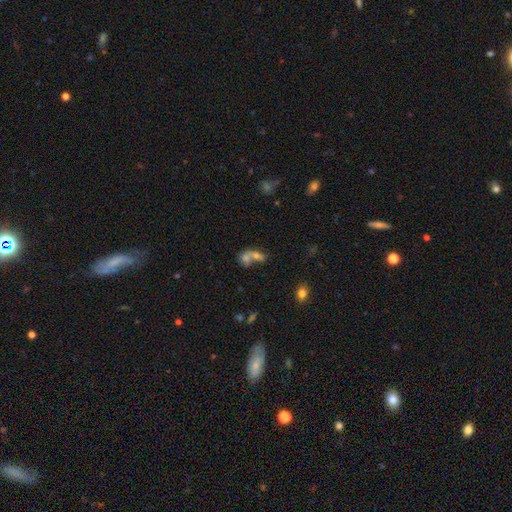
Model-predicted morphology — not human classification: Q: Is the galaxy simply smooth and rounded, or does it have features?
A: smooth — 64%.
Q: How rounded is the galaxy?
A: in between — 59%.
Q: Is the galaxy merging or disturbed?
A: merger — 68%.